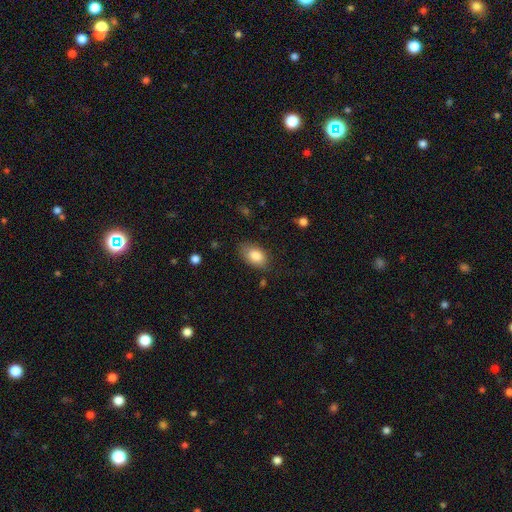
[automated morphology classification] This appears to be a smooth galaxy with no disk features (84%) that is in between round and cigar-shaped (91%). Merging: none (73%).